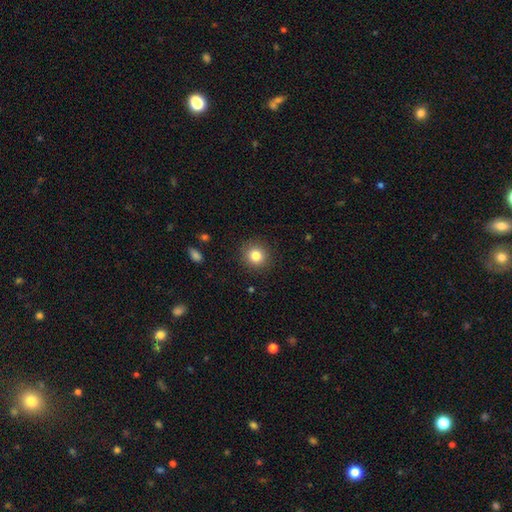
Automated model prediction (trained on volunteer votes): smooth-or-featured: smooth: 82% | star or artifact: 11% | featured or disk: 7%
  how-rounded: round: 90% | in between: 9% | cigar-shaped: 1%
  merging: none: 90% | minor disturbance: 7% | major disturbance: 2% | merger: 1%